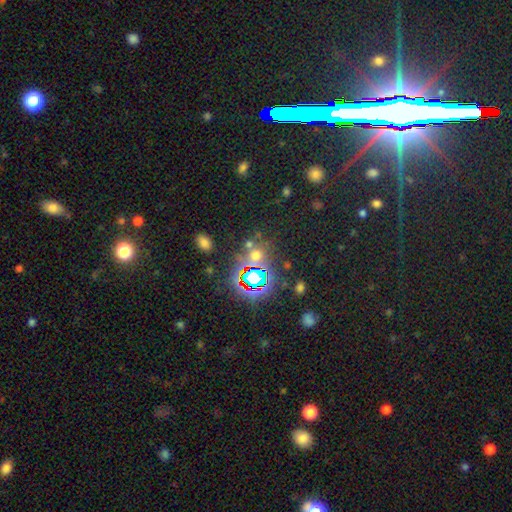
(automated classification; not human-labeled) smooth-or-featured: star or artifact: 52% | smooth: 38% | featured or disk: 10%